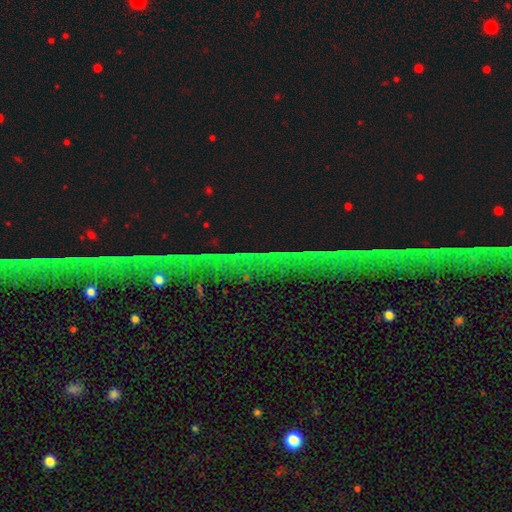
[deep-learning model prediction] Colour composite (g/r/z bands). It shows a star or artifact, not a galaxy (85%).